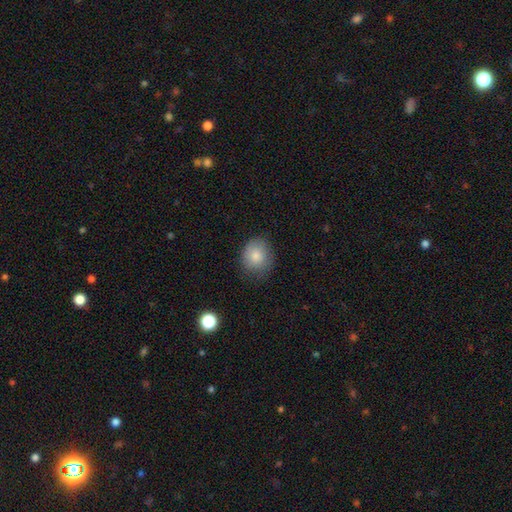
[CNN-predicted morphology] Smooth or featured?
  - smooth: 82% *
  - featured or disk: 9%
  - star or artifact: 8%
How rounded?
  - round: 70% *
  - in between: 30%
  - cigar-shaped: 1%
Merging?
  - none: 74% *
  - minor disturbance: 20%
  - major disturbance: 5%
  - merger: 1%